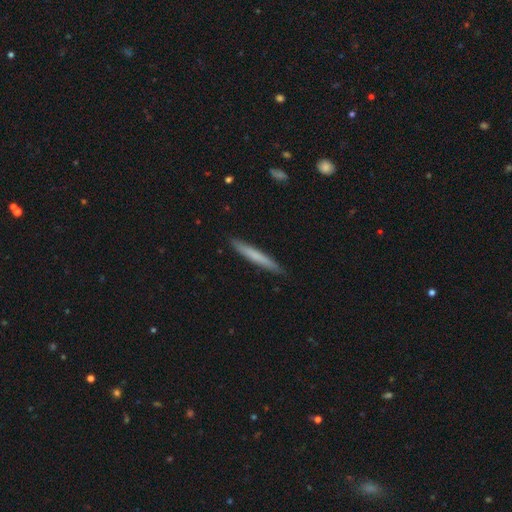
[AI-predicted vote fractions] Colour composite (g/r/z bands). It shows a smooth galaxy with no disk features (65%) that is cigar-shaped (96%). Merging: none (90%).